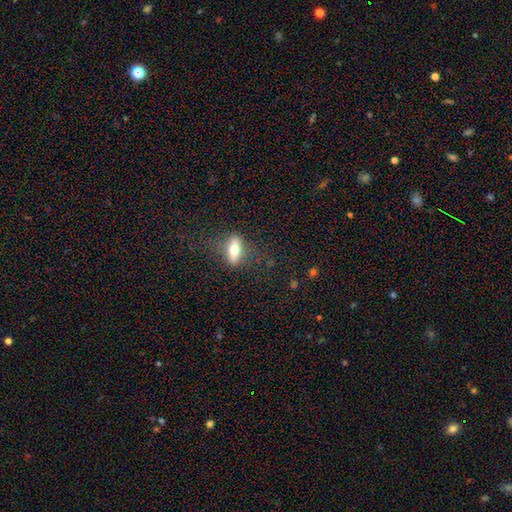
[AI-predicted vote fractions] smooth-or-featured: smooth: 40% | featured or disk: 36% | star or artifact: 24%
  merging: none: 64% | minor disturbance: 16% | major disturbance: 14% | merger: 6%